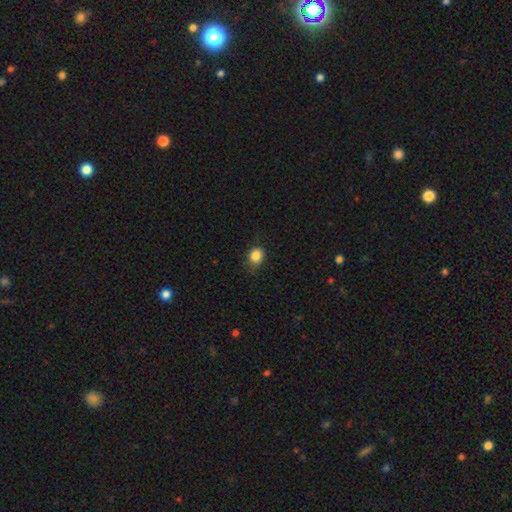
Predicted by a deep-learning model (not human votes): A smooth galaxy with no disk features (86%) that is round (66%).

Vote fractions:
- Smooth or featured? smooth: 86% / star or artifact: 10% / featured or disk: 4%
- How rounded? round: 66% / in between: 33% / cigar-shaped: 1%
- Merging? none: 75% / minor disturbance: 20% / major disturbance: 4% / merger: 1%